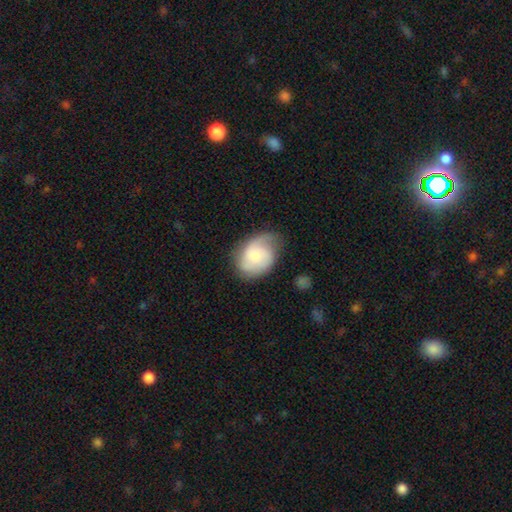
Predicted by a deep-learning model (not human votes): smooth_or_featured: featured or disk (p=0.51) [alt: smooth p=0.42]
disk_edge_on: no (p=0.97) [alt: yes p=0.03]
merging: none (p=0.55) [alt: minor disturbance p=0.30]